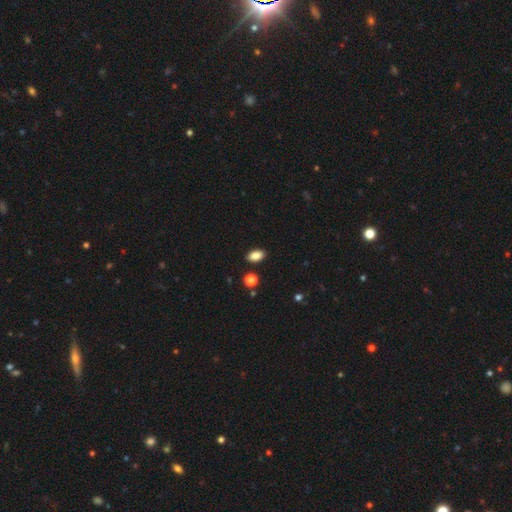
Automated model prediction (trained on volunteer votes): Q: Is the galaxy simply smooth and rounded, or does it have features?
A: smooth — 87%.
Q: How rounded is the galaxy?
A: in between — 91%.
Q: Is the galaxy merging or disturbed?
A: none — 89%.